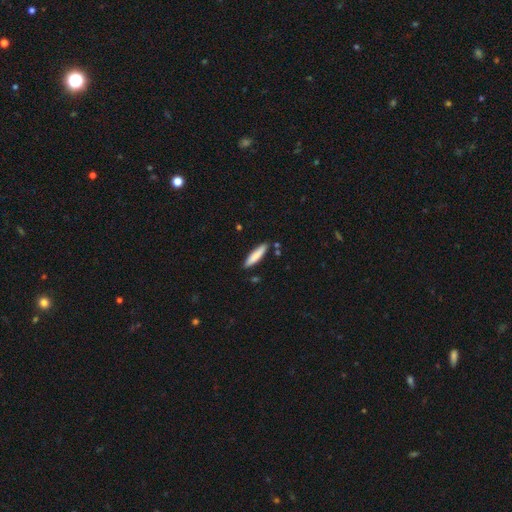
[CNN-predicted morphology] Q: Smooth or featured?
A: smooth (82%); runner-up: featured or disk (12%)
Q: How rounded?
A: cigar-shaped (81%); runner-up: in between (18%)
Q: Merging?
A: none (85%); runner-up: minor disturbance (10%)